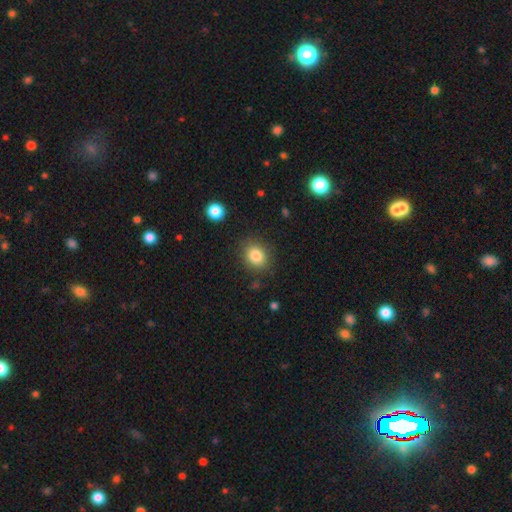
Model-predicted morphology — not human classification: smooth-or-featured: smooth: 83% | star or artifact: 10% | featured or disk: 6%
  how-rounded: round: 63% | in between: 36% | cigar-shaped: 1%
  merging: none: 85% | minor disturbance: 10% | major disturbance: 3% | merger: 2%